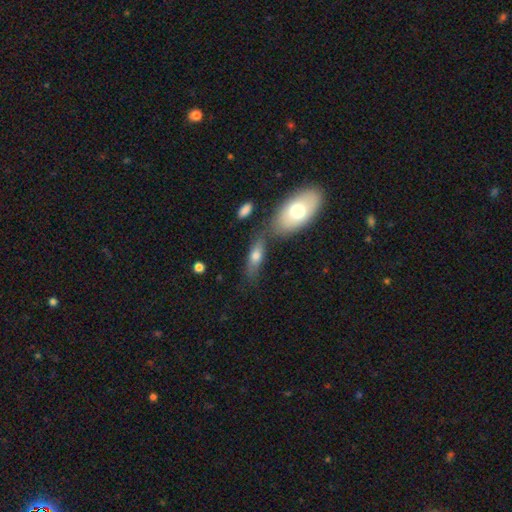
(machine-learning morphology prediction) smooth-or-featured: smooth: 66% | featured or disk: 26% | star or artifact: 8%
  how-rounded: in between: 64% | cigar-shaped: 31% | round: 5%
  merging: none: 55% | merger: 23% | minor disturbance: 16% | major disturbance: 7%